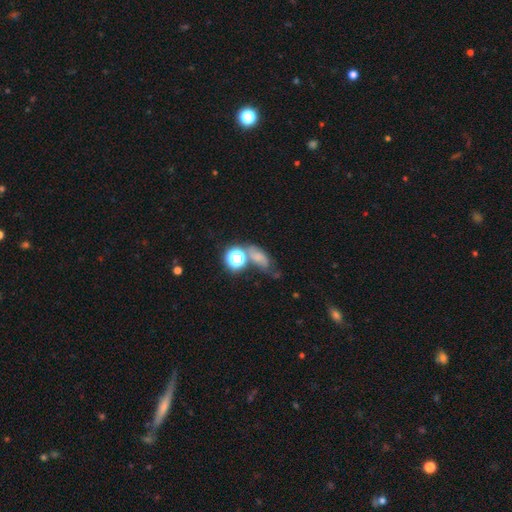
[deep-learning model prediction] Smooth or featured?
  - smooth: 56% *
  - star or artifact: 25%
  - featured or disk: 19%
How rounded?
  - in between: 62% *
  - round: 31%
  - cigar-shaped: 8%
Merging?
  - none: 38% *
  - merger: 23%
  - minor disturbance: 21%
  - major disturbance: 18%